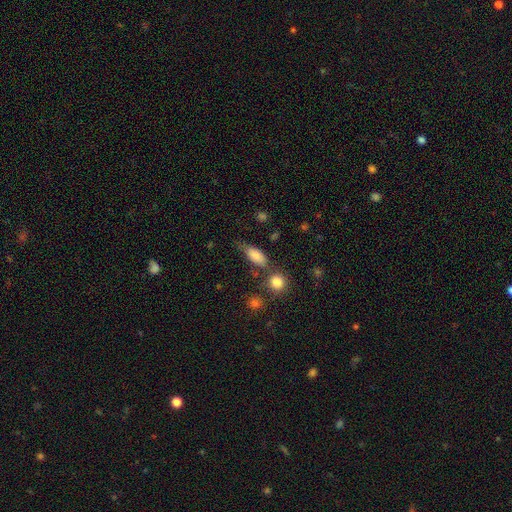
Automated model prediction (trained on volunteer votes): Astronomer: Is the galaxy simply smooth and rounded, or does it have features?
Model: smooth — 81%.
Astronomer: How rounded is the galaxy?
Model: in between — 81%.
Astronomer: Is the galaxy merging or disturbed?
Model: none — 51% (runner-up: minor disturbance, 27%).